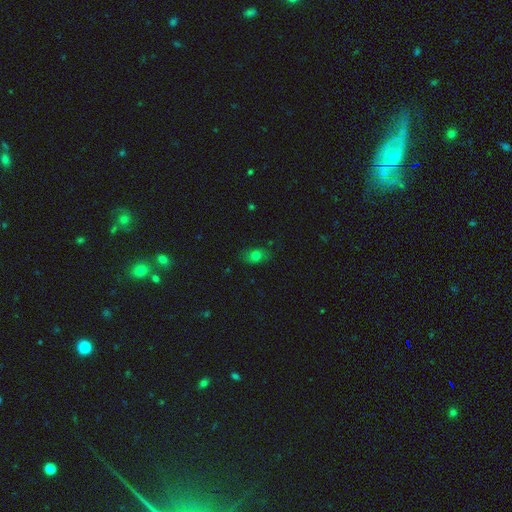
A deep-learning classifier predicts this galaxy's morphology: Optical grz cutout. It shows a smooth galaxy with no disk features (70%) that is in between round and cigar-shaped (73%). Merging: none (79%).